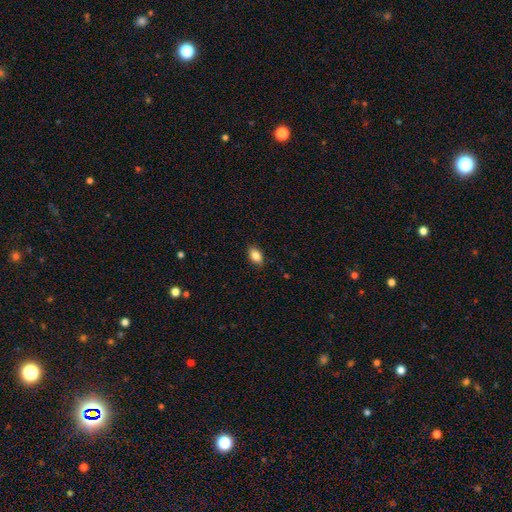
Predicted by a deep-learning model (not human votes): Smooth or featured: smooth — 87% (star or artifact — 8%)
How rounded: in between — 90% (round — 8%)
Merging: none — 88% (minor disturbance — 9%)